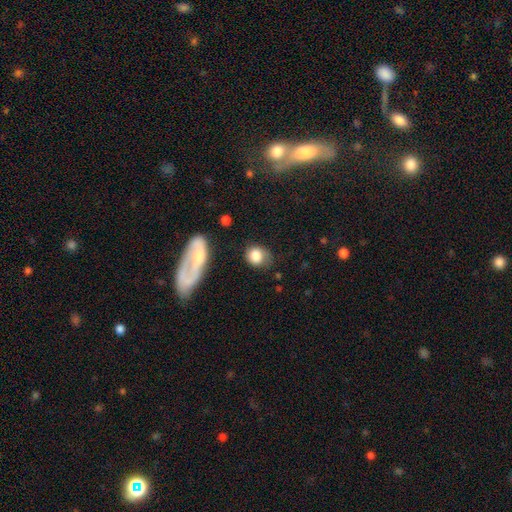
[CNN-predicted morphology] Overall: smooth (80%). How rounded: round (60%; in between 39%). Merging: none (55%; minor disturbance 28%).